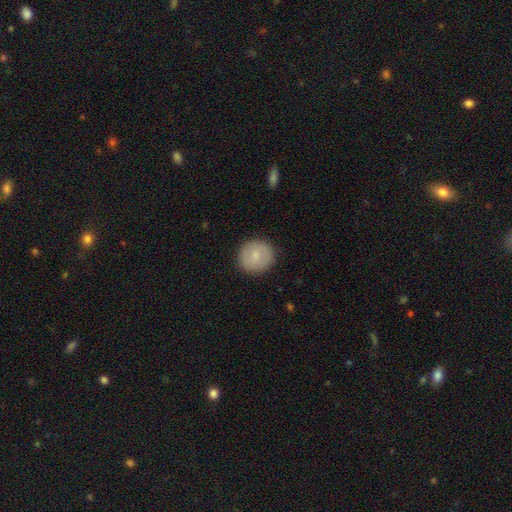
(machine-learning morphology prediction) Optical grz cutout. It shows a smooth galaxy with no disk features (76%) that is round (91%). Merging: none (90%).